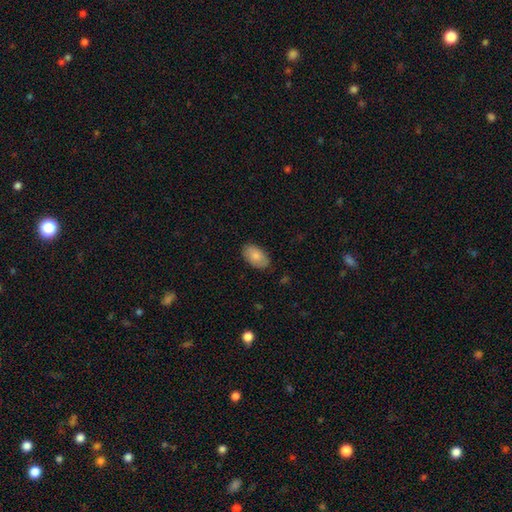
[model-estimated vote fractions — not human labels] A smooth galaxy with no disk features (84%) that is in between round and cigar-shaped (93%).

Vote fractions:
- Smooth or featured? smooth: 84% / featured or disk: 10% / star or artifact: 6%
- How rounded? in between: 93% / round: 5% / cigar-shaped: 1%
- Merging? none: 85% / minor disturbance: 12% / major disturbance: 2% / merger: 1%